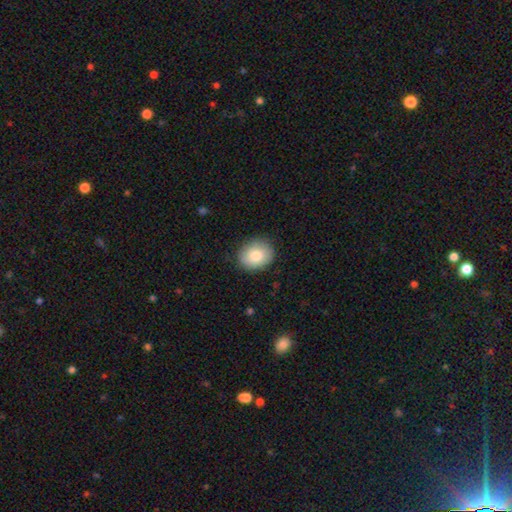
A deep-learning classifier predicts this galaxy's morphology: This is clearly a smooth galaxy (82%). How rounded: likely round (65%). Merging: clearly none (86%).